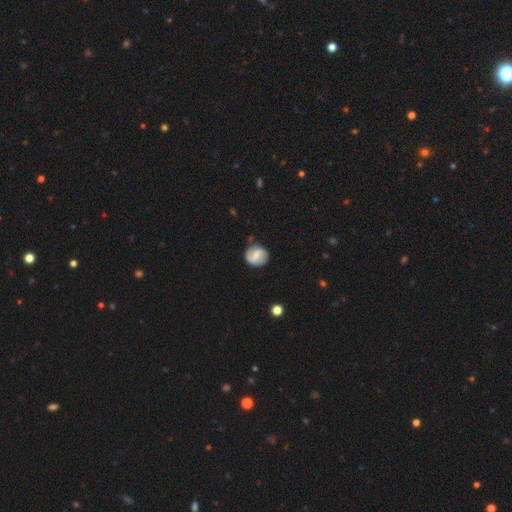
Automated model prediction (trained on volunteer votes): featured or disk 54%, smooth 39%, star or artifact 7%. Down the decision tree: edge-on disk — no (97%); bar — weak (49%); spiral arms — yes (81%); bulge size — small (46%); merging — none (73%).